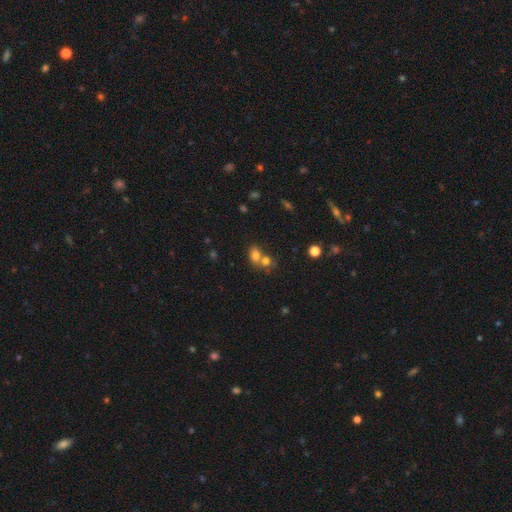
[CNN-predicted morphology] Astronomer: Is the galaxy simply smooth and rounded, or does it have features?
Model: smooth — 74%.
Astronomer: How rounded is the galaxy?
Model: in between — 59% (runner-up: round, 39%).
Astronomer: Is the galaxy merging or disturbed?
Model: merger — 53% (runner-up: none, 36%).